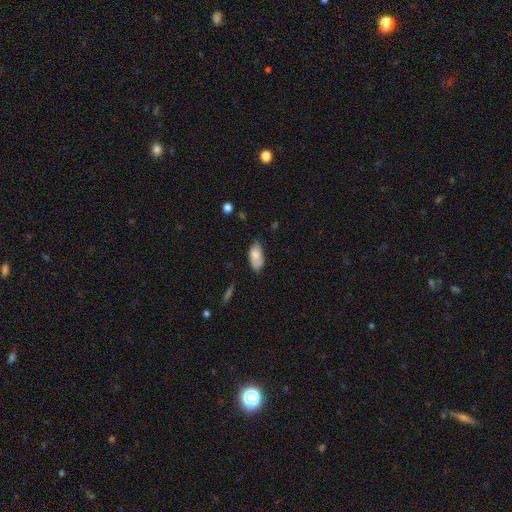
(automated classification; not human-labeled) Smooth or featured? Predicted: smooth (p=0.80). How rounded? Predicted: in between (p=0.91). Merging? Predicted: none (p=0.63).